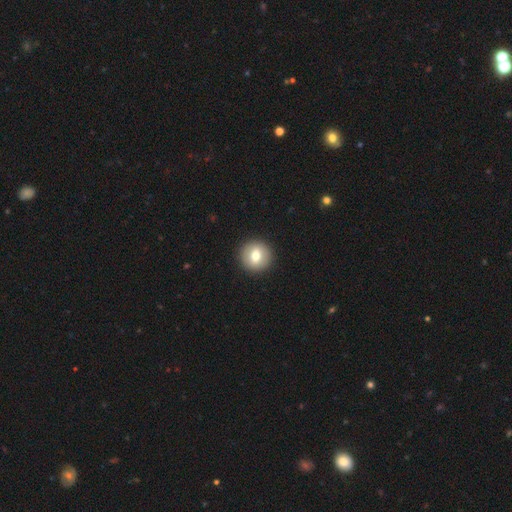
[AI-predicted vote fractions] smooth_or_featured: smooth (p=0.71) [alt: featured or disk p=0.21]
how_rounded: round (p=0.91) [alt: in between p=0.08]
merging: none (p=0.92) [alt: minor disturbance p=0.05]